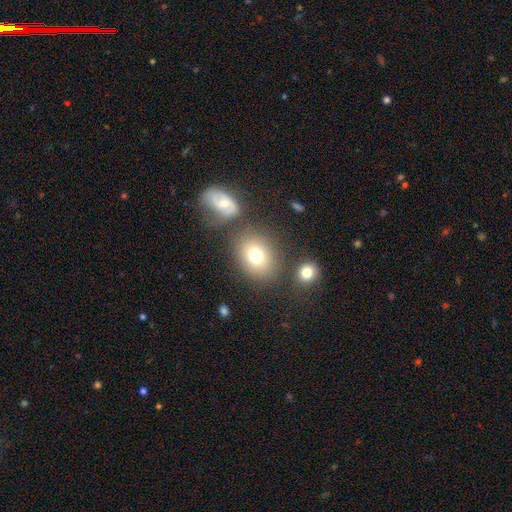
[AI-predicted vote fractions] This appears to be a smooth galaxy with no disk features (75%) that is round (51%). Merging: none (72%).